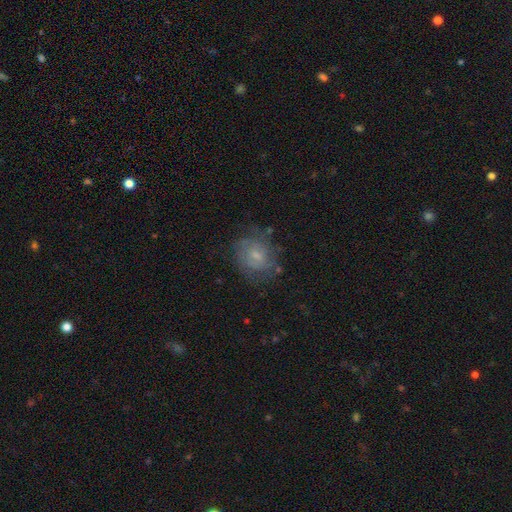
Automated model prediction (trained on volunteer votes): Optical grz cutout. It shows a featured or disk galaxy (47%). Merging: none (65%).